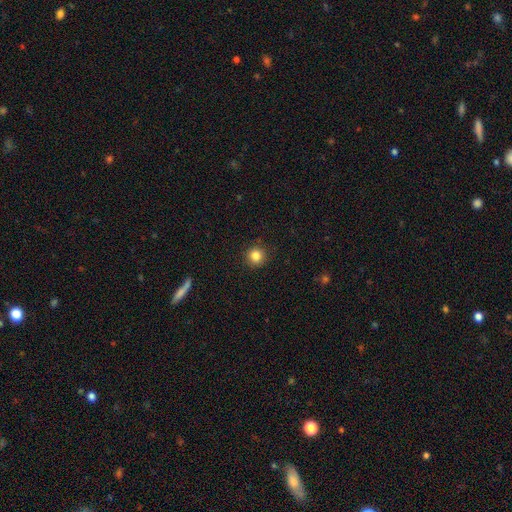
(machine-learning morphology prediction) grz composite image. It shows a smooth galaxy with no disk features (84%) that is round (94%). Merging: none (92%).